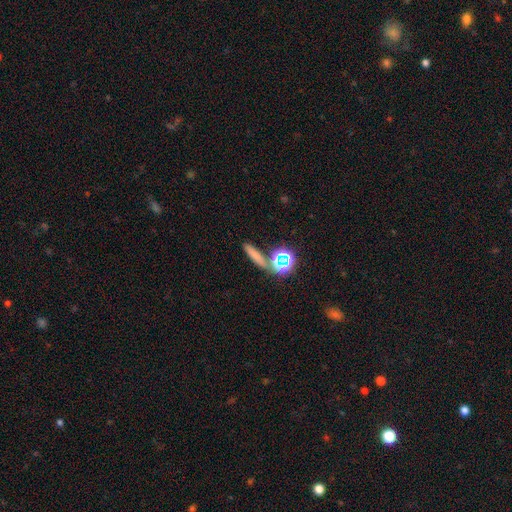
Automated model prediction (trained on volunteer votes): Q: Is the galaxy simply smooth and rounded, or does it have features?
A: smooth — 66%.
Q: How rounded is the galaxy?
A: cigar-shaped — 66%.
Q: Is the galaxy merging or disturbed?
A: none — 76%.